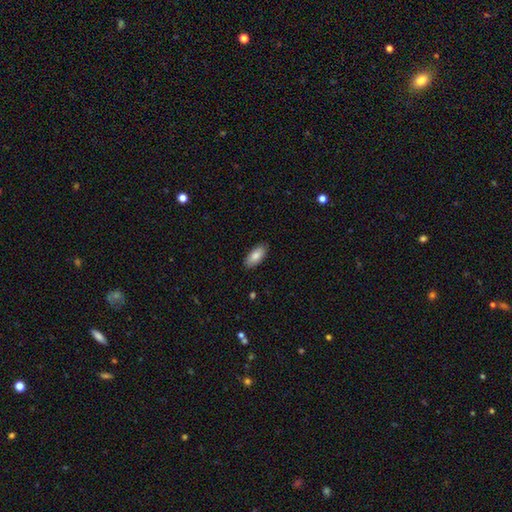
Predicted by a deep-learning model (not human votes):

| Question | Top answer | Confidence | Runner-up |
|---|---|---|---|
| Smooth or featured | smooth | 85% | featured or disk (9%) |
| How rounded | in between | 89% | cigar-shaped (9%) |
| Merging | none | 87% | minor disturbance (10%) |